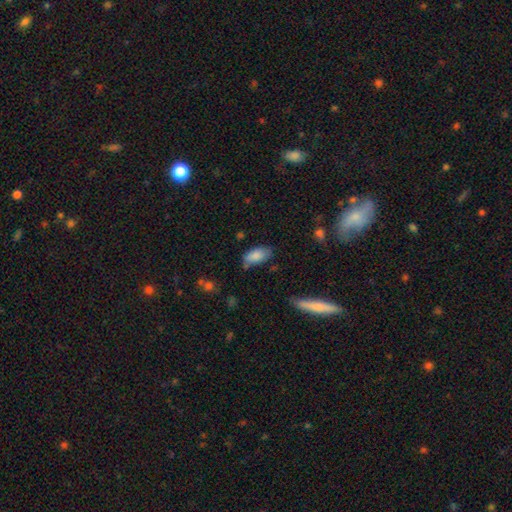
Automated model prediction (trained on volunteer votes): smooth-or-featured: smooth: 85% | featured or disk: 8% | star or artifact: 7%
  how-rounded: in between: 92% | cigar-shaped: 5% | round: 3%
  merging: none: 65% | minor disturbance: 24% | major disturbance: 5% | merger: 5%